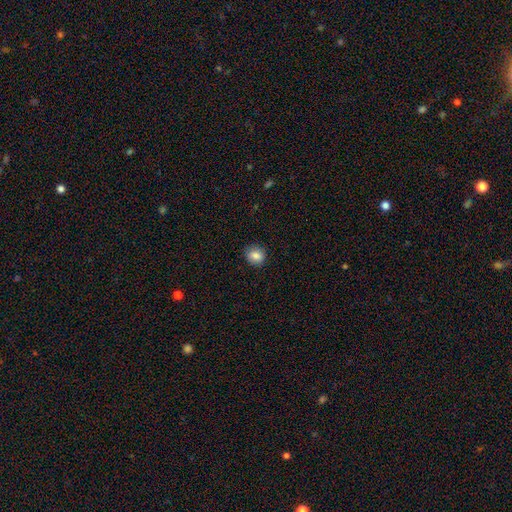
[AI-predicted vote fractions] Morphology: type=smooth (85%); roundness=round (77%); merging=none (88%).